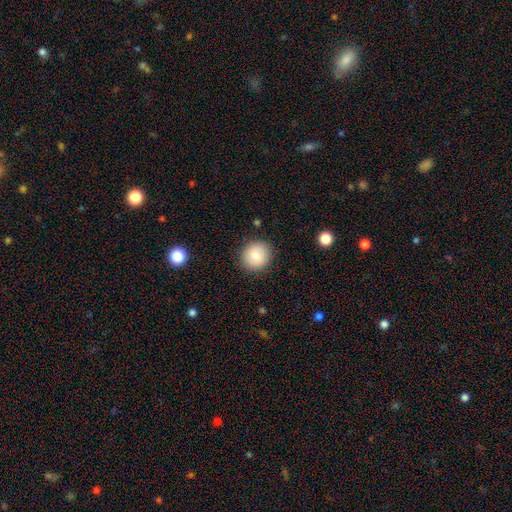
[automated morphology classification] The model was most divided on "smooth or featured": smooth: 80%, featured or disk: 11%, star or artifact: 9%. More confident: how rounded — round (90%); merging — none (89%).